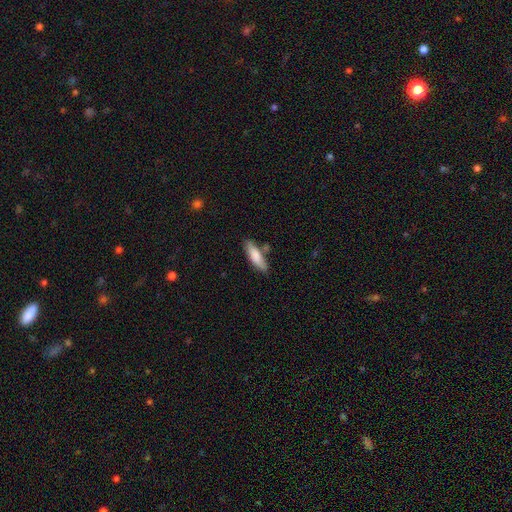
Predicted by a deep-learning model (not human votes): The model was most divided on "how rounded": cigar-shaped: 57%, in between: 41%, round: 2%. More confident: smooth or featured — smooth (80%); merging — none (74%).